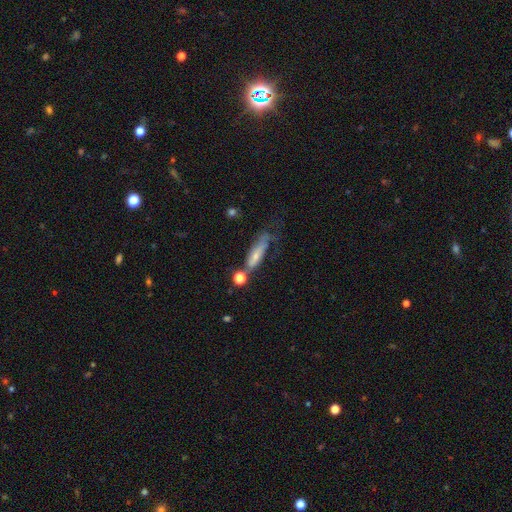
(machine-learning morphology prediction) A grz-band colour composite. It shows a smooth galaxy with no disk features (51%) that is cigar-shaped (57%). Merging: none (31%).